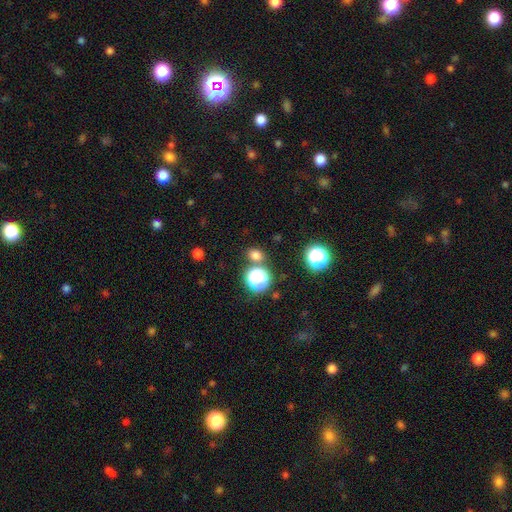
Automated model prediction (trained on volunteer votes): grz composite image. It shows a smooth galaxy with no disk features (72%) that is round (67%). Merging: none (77%).